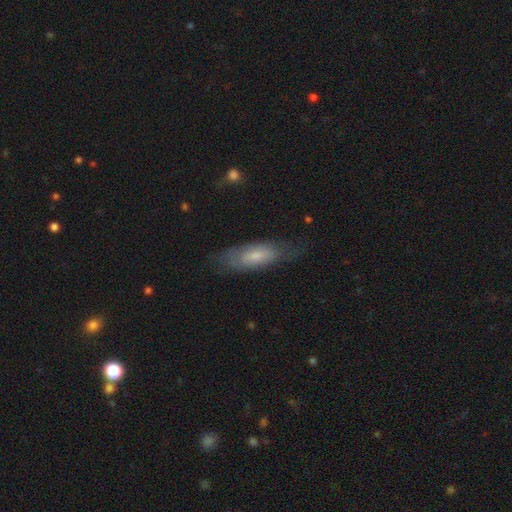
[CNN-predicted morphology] smooth_or_featured: smooth (p=0.57) [alt: featured or disk p=0.37]
how_rounded: in between (p=0.67) [alt: cigar-shaped p=0.31]
merging: none (p=0.63) [alt: minor disturbance p=0.24]